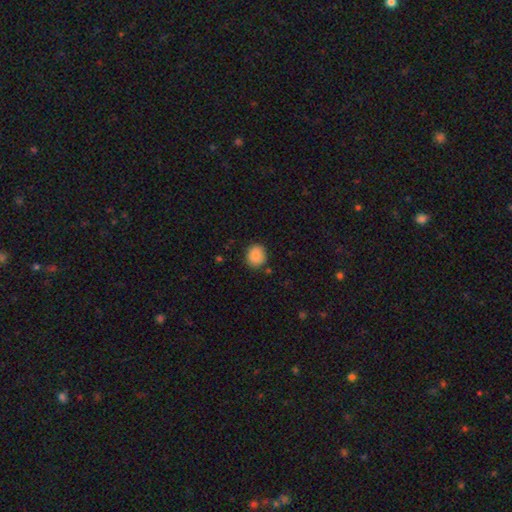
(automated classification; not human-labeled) Smooth or featured: smooth — 86% (star or artifact — 8%)
How rounded: round — 82% (in between — 17%)
Merging: none — 84% (minor disturbance — 11%)